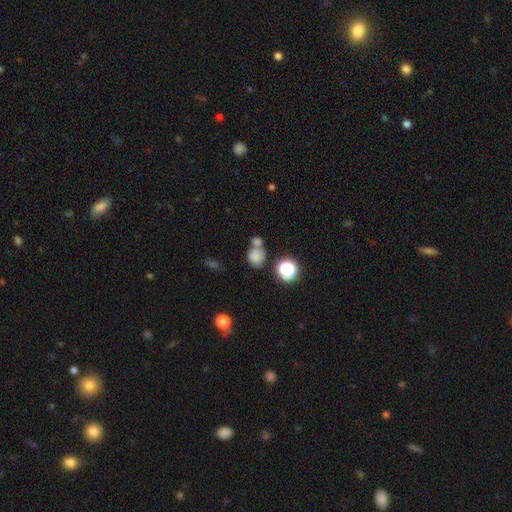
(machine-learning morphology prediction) A smooth galaxy with no disk features (74%) that is round (71%). Merging: merger (46%).